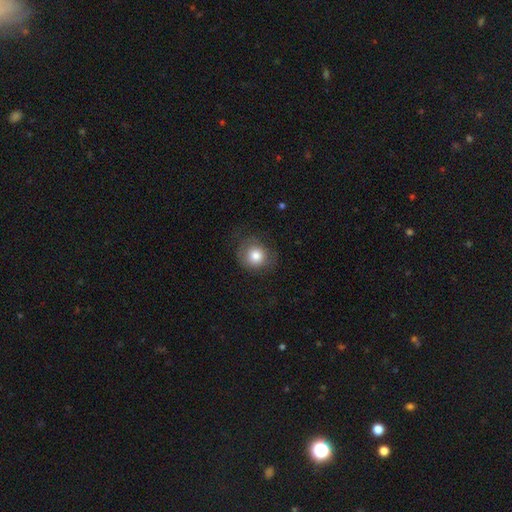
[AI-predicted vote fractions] Smooth or featured: smooth — 80% (featured or disk — 12%)
How rounded: round — 83% (in between — 17%)
Merging: none — 67% (minor disturbance — 20%)